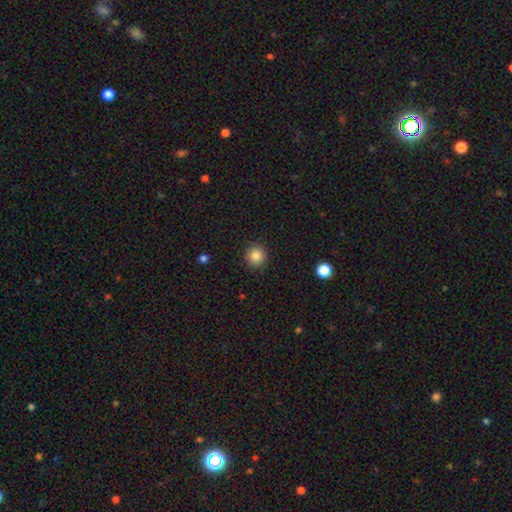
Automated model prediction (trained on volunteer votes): The model was most divided on "smooth or featured": smooth: 86%, star or artifact: 10%, featured or disk: 4%. More confident: how rounded — round (93%); merging — none (90%).